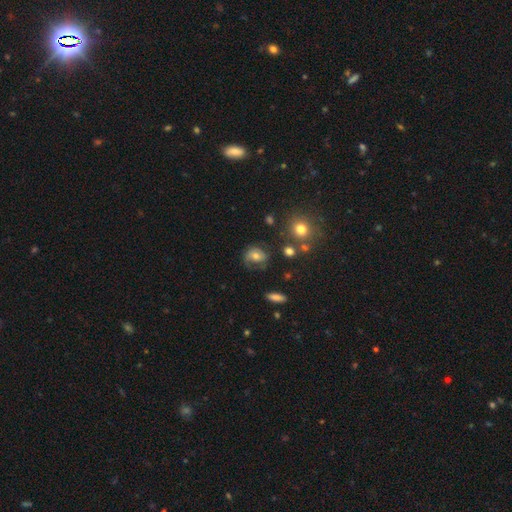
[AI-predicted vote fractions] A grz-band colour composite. It shows a smooth galaxy with no disk features (47%). Merging: none (54%).